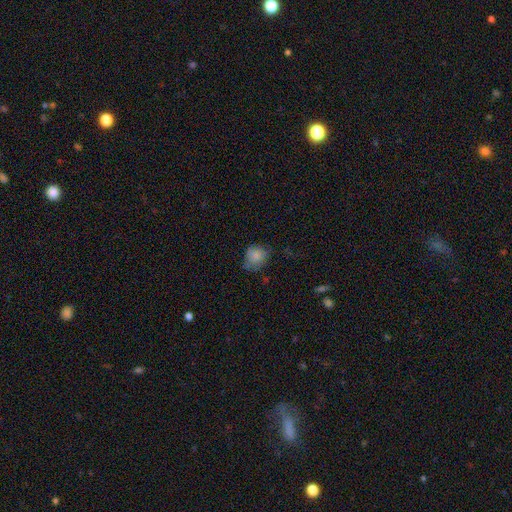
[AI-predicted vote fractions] Smooth or featured? Predicted: smooth (p=0.80). How rounded? Predicted: round (p=0.65). Merging? Predicted: none (p=0.55).